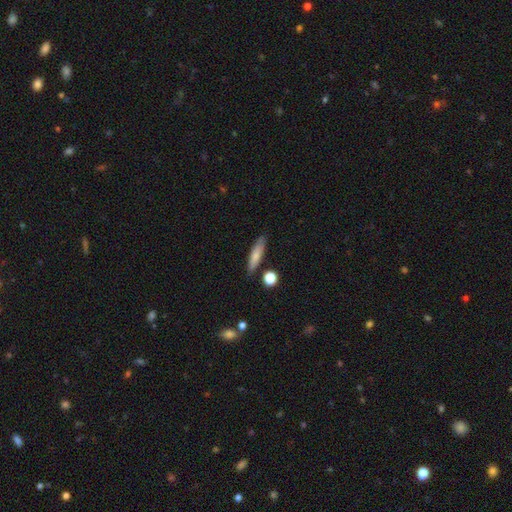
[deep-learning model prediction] The model was most divided on "smooth or featured": smooth: 72%, featured or disk: 21%, star or artifact: 7%. More confident: merging — none (83%); how rounded — cigar-shaped (77%).